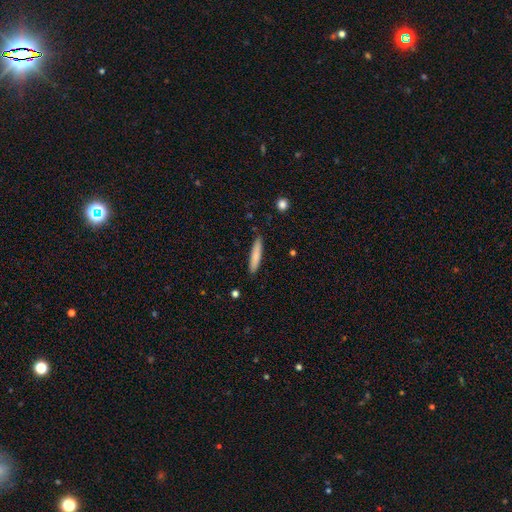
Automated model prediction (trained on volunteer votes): Smooth or featured: smooth — 79% (featured or disk — 15%)
How rounded: cigar-shaped — 89% (in between — 10%)
Merging: none — 87% (minor disturbance — 10%)